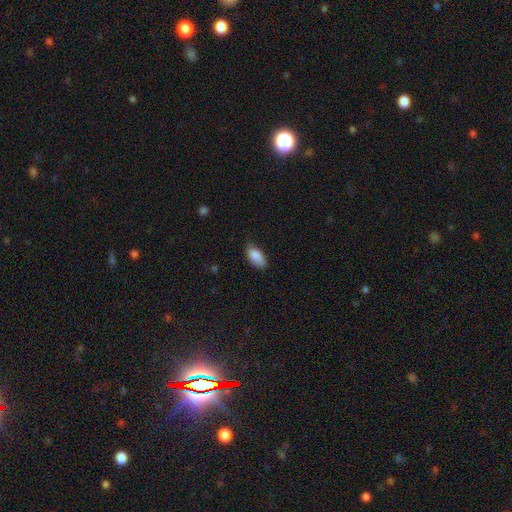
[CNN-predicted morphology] A smooth galaxy with no disk features (88%) that is in between round and cigar-shaped (92%). Merging: none (73%).